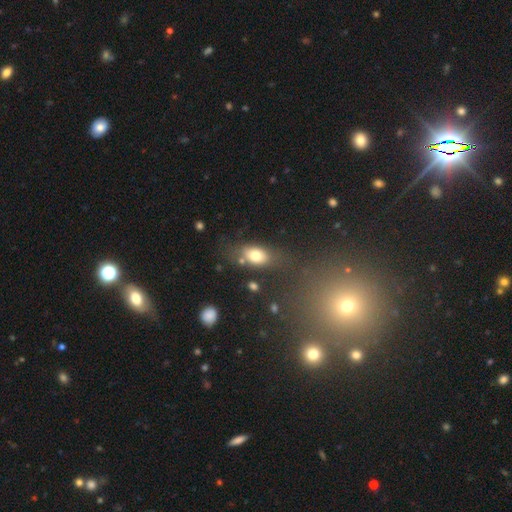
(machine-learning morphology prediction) smooth_or_featured: smooth (p=0.77) [alt: featured or disk p=0.14]
how_rounded: in between (p=0.82) [alt: round p=0.14]
merging: none (p=0.62) [alt: minor disturbance p=0.19]